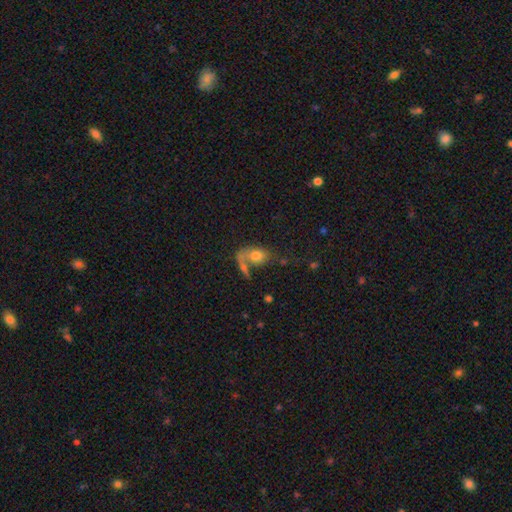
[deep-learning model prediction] smooth 67%, featured or disk 23%, star or artifact 10%. Down the decision tree: how rounded — in between (77%); merging — merger (36%).